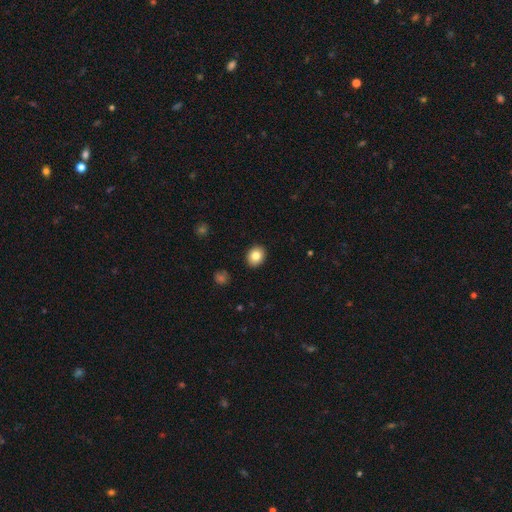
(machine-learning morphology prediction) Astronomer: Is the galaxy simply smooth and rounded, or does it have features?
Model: smooth — 83%.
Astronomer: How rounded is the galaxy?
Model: round — 60% (runner-up: in between, 40%).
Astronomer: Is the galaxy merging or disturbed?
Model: none — 91%.